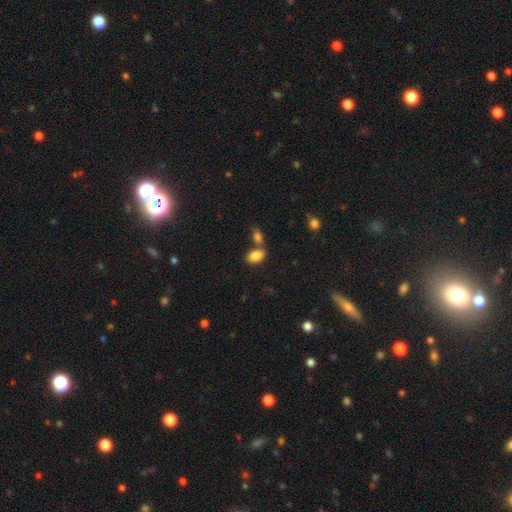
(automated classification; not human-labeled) The model was most divided on "merging": none: 52%, merger: 33%, minor disturbance: 11%, major disturbance: 3%. More confident: how rounded — in between (90%); smooth or featured — smooth (85%).